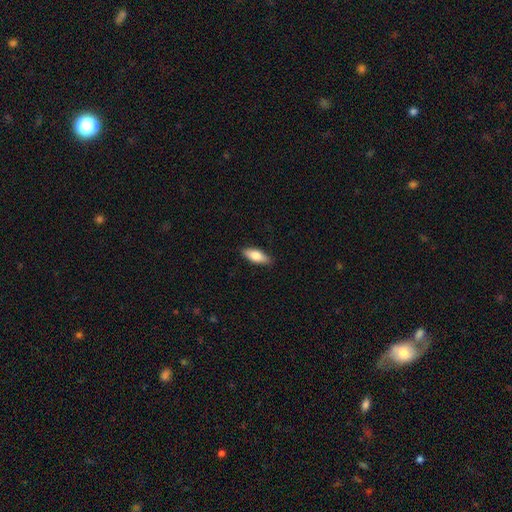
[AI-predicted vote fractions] smooth-or-featured: smooth: 76% | featured or disk: 18% | star or artifact: 6%
  how-rounded: in between: 71% | cigar-shaped: 26% | round: 2%
  merging: none: 87% | minor disturbance: 10% | major disturbance: 2% | merger: 1%